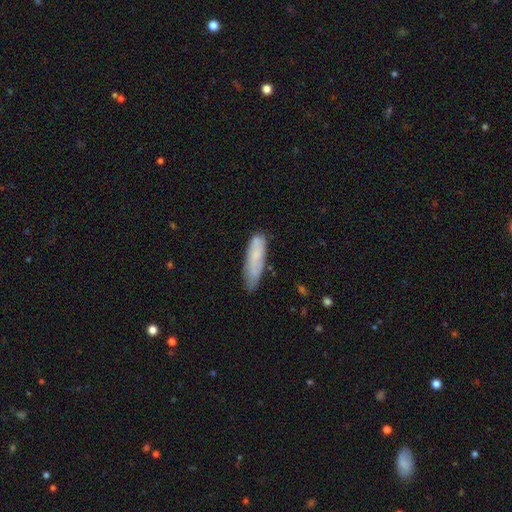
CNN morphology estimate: Q: Smooth or featured?
A: smooth (66%); runner-up: featured or disk (27%)
Q: How rounded?
A: cigar-shaped (68%); runner-up: in between (31%)
Q: Merging?
A: none (67%); runner-up: minor disturbance (25%)